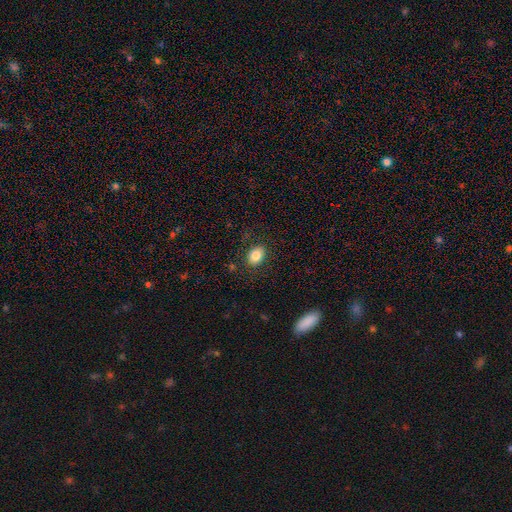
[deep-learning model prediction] Smooth or featured?
  - smooth: 83% *
  - star or artifact: 9%
  - featured or disk: 8%
How rounded?
  - in between: 71% *
  - round: 28%
  - cigar-shaped: 1%
Merging?
  - none: 85% *
  - minor disturbance: 11%
  - major disturbance: 3%
  - merger: 1%